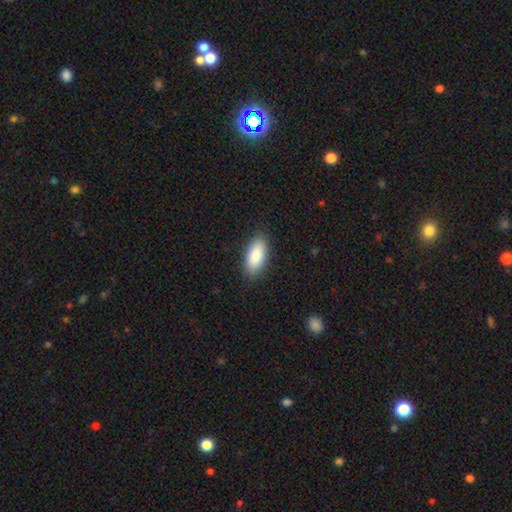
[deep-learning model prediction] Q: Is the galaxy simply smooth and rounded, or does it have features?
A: smooth — 89%.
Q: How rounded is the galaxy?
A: in between — 89%.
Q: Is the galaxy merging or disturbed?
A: none — 88%.